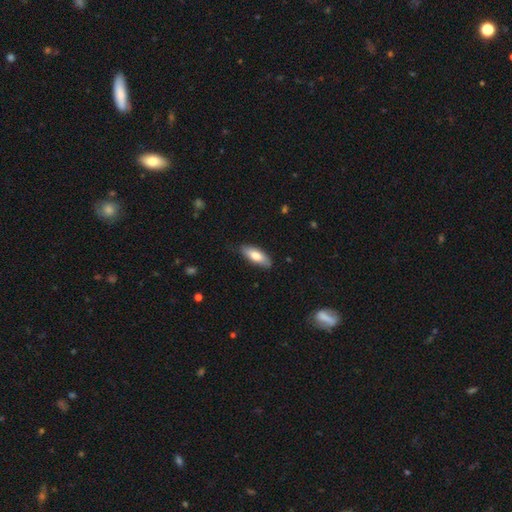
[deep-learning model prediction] smooth-or-featured: smooth: 74% | featured or disk: 20% | star or artifact: 6%
  how-rounded: in between: 70% | cigar-shaped: 28% | round: 2%
  merging: none: 82% | minor disturbance: 14% | major disturbance: 2% | merger: 1%